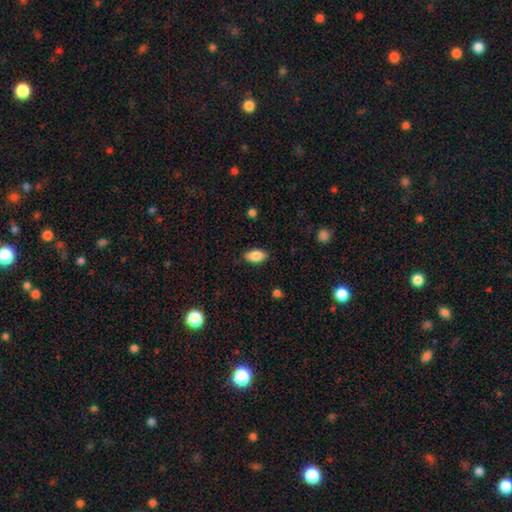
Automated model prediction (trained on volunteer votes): Smooth or featured? Predicted: smooth (p=0.86). How rounded? Predicted: in between (p=0.92). Merging? Predicted: none (p=0.85).